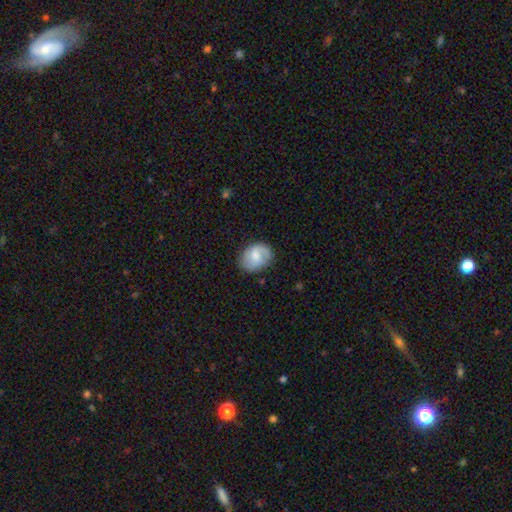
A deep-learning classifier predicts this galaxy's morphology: Overall: smooth (51%; featured or disk 42%). How rounded: in between (58%; round 41%). Merging: none (73%).